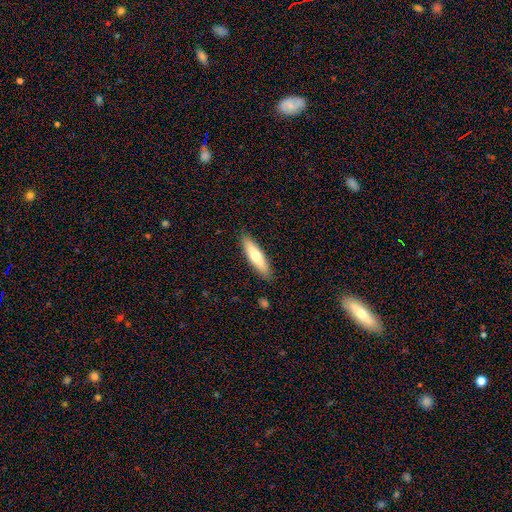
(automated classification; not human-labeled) Morphology: type=smooth (62%); roundness=cigar-shaped (73%); merging=none (90%).